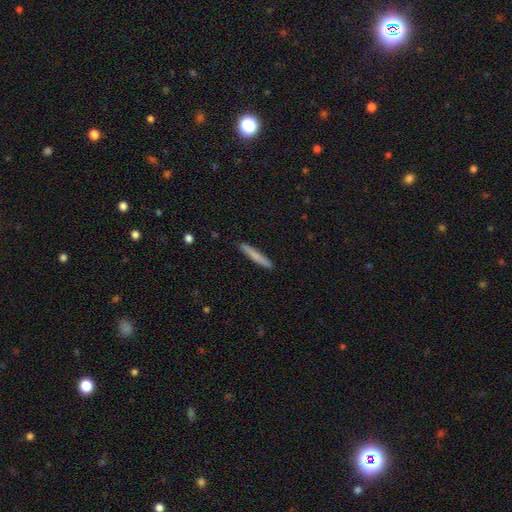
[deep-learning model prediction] smooth 77%, featured or disk 17%, star or artifact 6%. Down the decision tree: how rounded — cigar-shaped (96%); merging — none (91%).